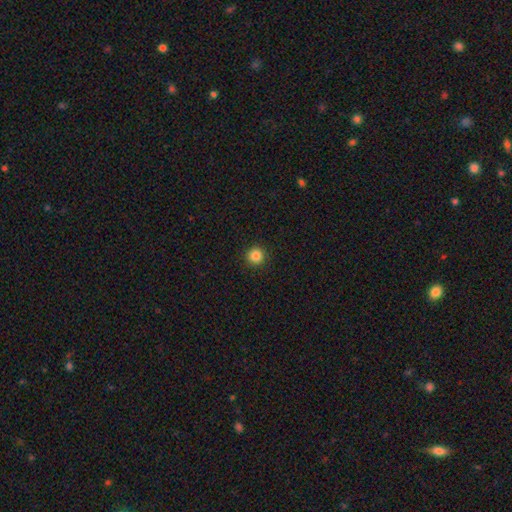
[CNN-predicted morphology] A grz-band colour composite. It shows a smooth galaxy with no disk features (85%) that is round (95%). Merging: none (93%).